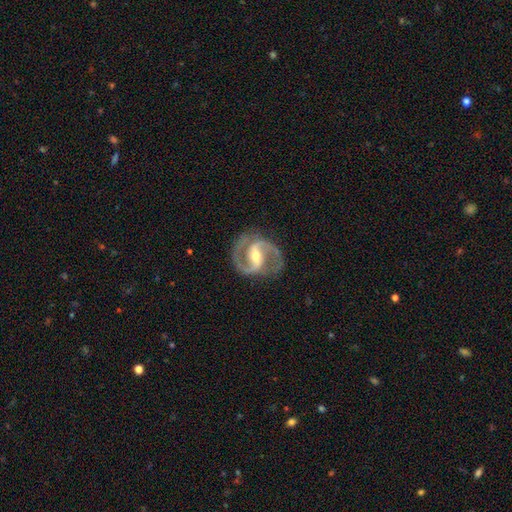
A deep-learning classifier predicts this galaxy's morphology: Smooth or featured? featured or disk (93%)
Edge-on disk? no (98%)
Bar? strong (50%)
Spiral arms? yes (98%)
Spiral winding? medium (66%)
Spiral arm count? 2 (94%)
Bulge size? moderate (60%)
Merging? none (82%)